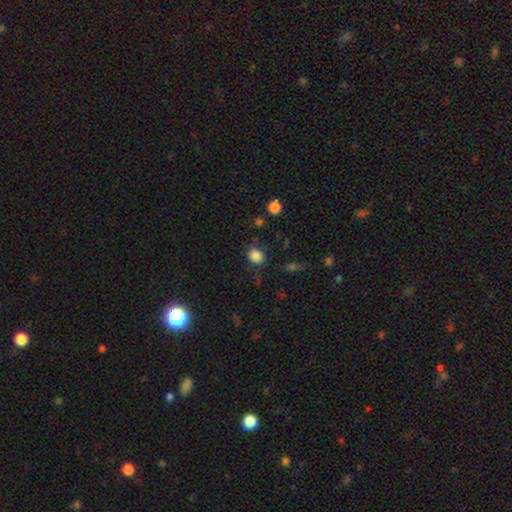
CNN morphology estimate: Smooth or featured? smooth (84%)
How rounded? in between (55%)
Merging? none (76%)